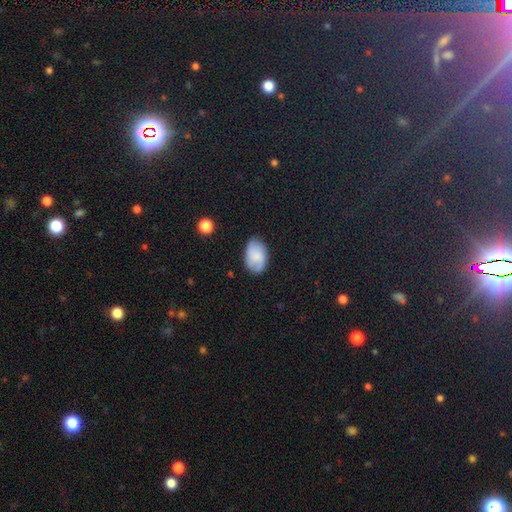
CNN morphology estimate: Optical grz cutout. It shows a smooth galaxy with no disk features (70%) that is in between round and cigar-shaped (89%). Merging: none (74%).